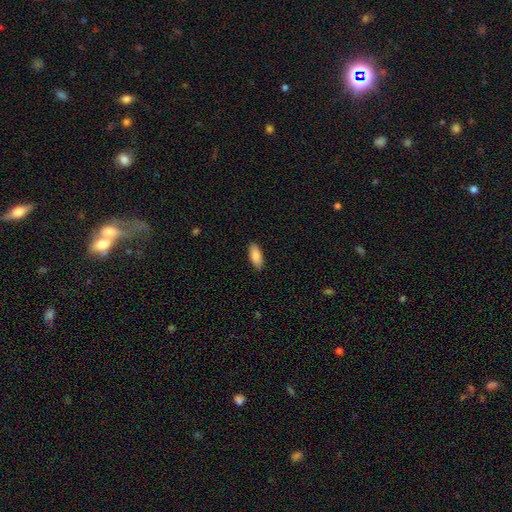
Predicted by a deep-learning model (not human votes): This is clearly a smooth galaxy (88%). How rounded: clearly in between (82%). Merging: clearly none (88%).